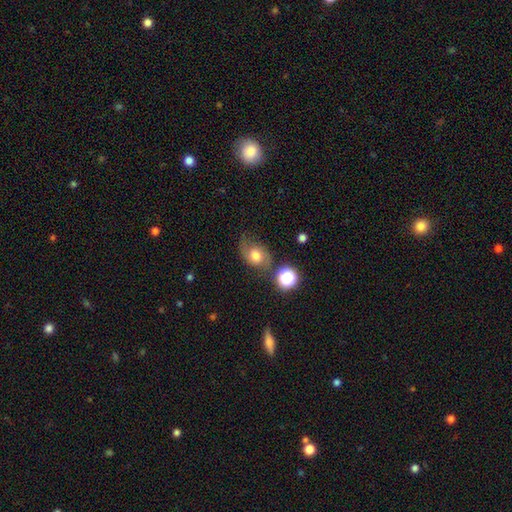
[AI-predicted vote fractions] The model was most divided on "smooth or featured": smooth: 50%, featured or disk: 36%, star or artifact: 14%. More confident: merging — none (56%).